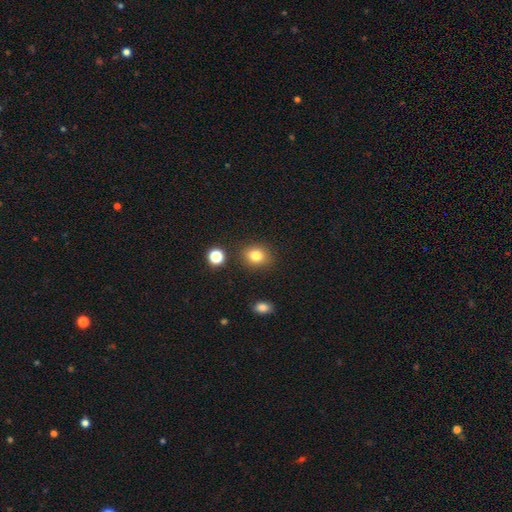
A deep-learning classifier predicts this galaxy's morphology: type=smooth (81%); roundness=round (65%); merging=none (85%).